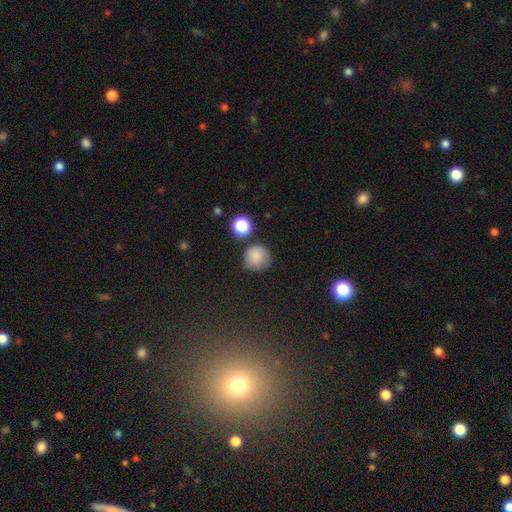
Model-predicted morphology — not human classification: Smooth or featured? smooth (82%)
How rounded? round (90%)
Merging? none (69%)